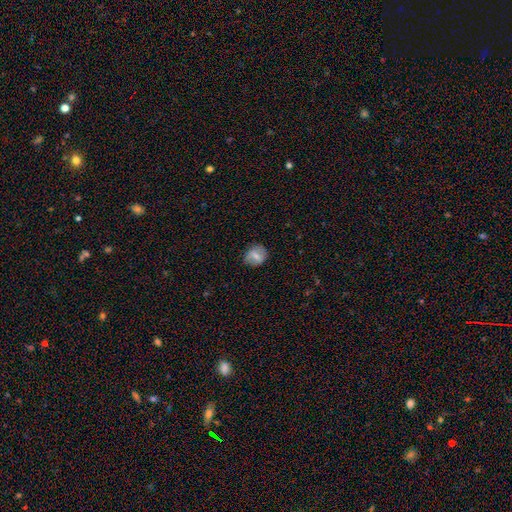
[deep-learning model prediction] smooth-or-featured: smooth: 61% | featured or disk: 30% | star or artifact: 9%
  how-rounded: round: 66% | in between: 33% | cigar-shaped: 1%
  merging: none: 77% | minor disturbance: 17% | major disturbance: 5% | merger: 1%